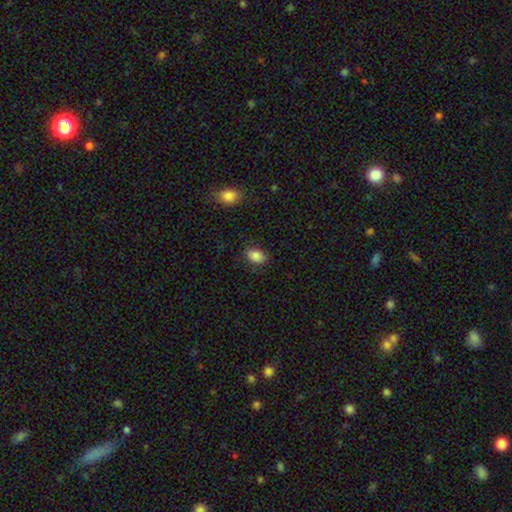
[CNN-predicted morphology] Overall: smooth (86%). How rounded: in between (83%). Merging: none (82%).